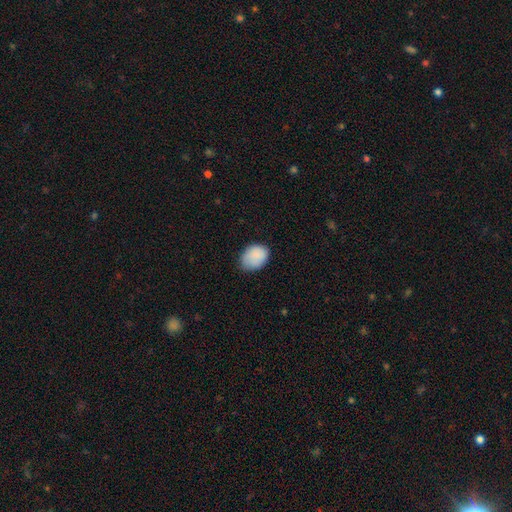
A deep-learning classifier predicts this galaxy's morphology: A smooth galaxy with no disk features (88%) that is in between round and cigar-shaped (68%).

Vote fractions:
- Smooth or featured? smooth: 88% / star or artifact: 7% / featured or disk: 5%
- How rounded? in between: 68% / round: 31% / cigar-shaped: 1%
- Merging? none: 67% / minor disturbance: 27% / major disturbance: 5% / merger: 1%